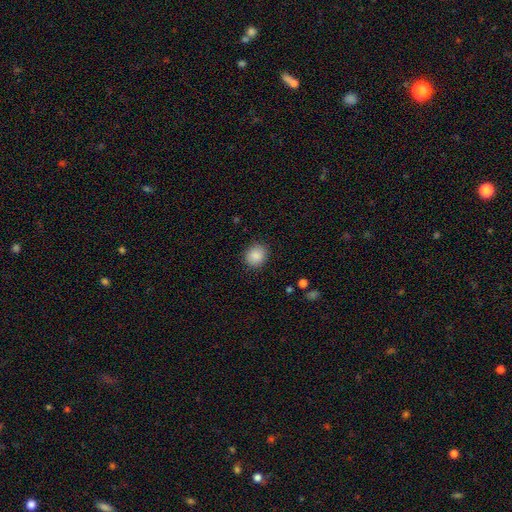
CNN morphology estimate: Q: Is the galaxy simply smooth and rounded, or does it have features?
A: smooth — 88%.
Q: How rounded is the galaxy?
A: round — 75%.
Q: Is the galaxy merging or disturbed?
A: none — 88%.